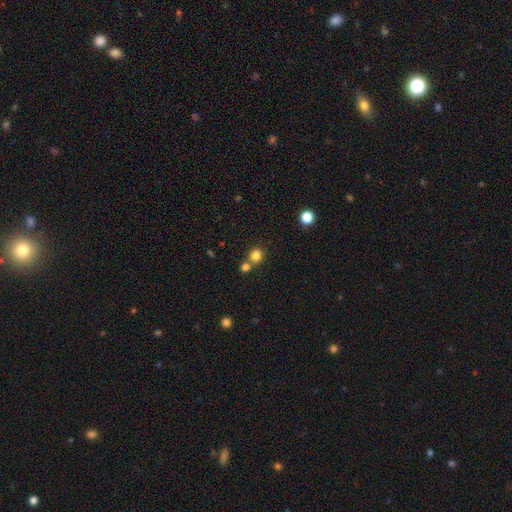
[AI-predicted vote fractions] Smooth or featured? smooth (82%)
How rounded? round (87%)
Merging? none (63%)